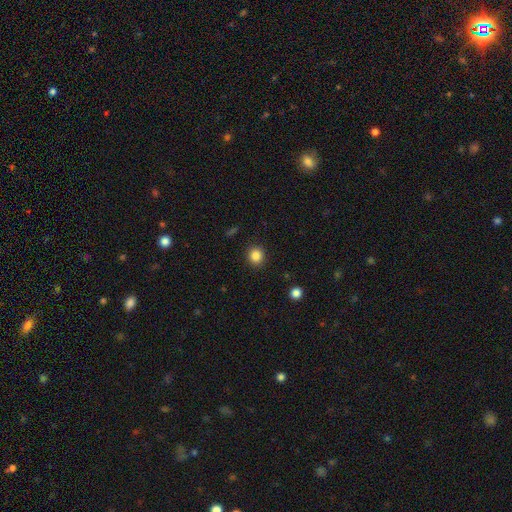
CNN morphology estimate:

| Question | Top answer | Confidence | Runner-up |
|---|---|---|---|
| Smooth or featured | smooth | 85% | star or artifact (11%) |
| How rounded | round | 89% | in between (10%) |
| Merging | none | 91% | minor disturbance (5%) |